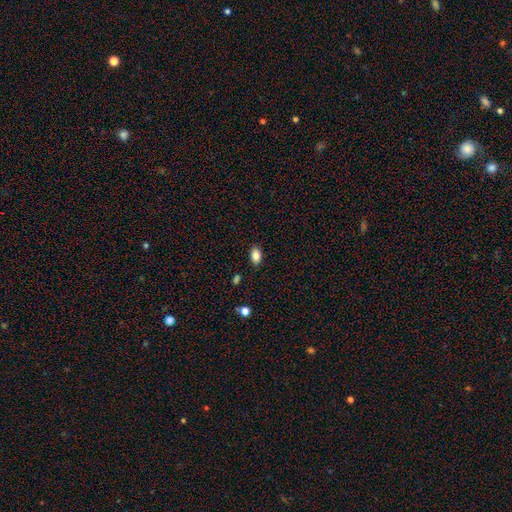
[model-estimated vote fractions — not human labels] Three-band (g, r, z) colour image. It shows a smooth galaxy with no disk features (85%) that is in between round and cigar-shaped (88%). Merging: none (86%).